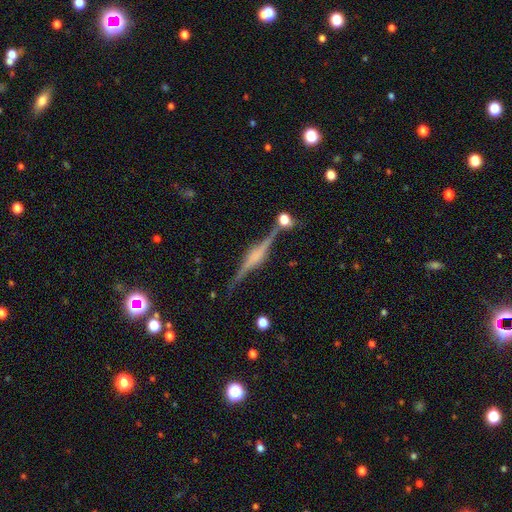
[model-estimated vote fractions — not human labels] This appears to be a featured or disk galaxy (85%) viewed edge-on (98%) with a rounded central bulge (67%). Merging: none (82%).